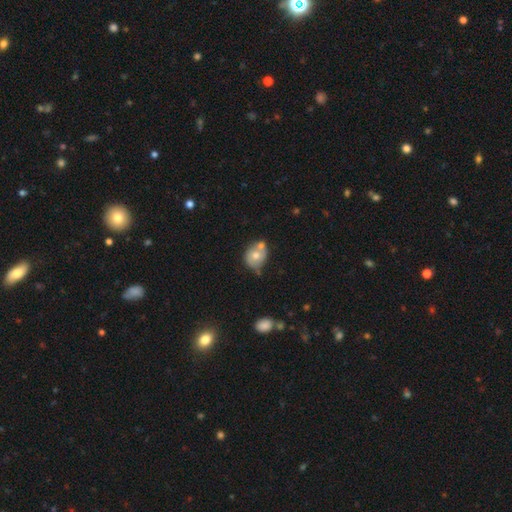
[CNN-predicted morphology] Q: Smooth or featured?
A: smooth (61%); runner-up: featured or disk (31%)
Q: How rounded?
A: round (58%); runner-up: in between (41%)
Q: Merging?
A: merger (40%); runner-up: none (34%)